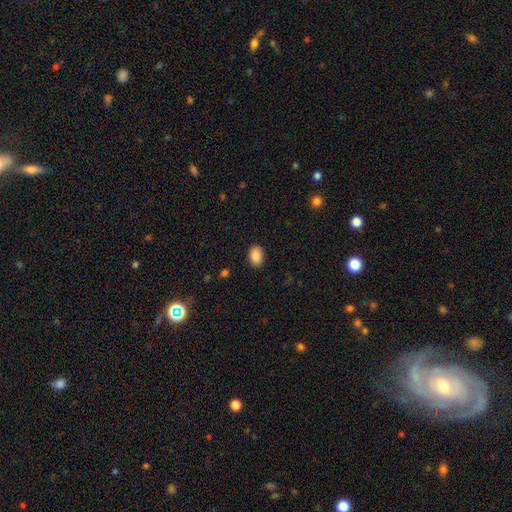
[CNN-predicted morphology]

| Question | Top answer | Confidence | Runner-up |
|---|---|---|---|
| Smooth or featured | smooth | 89% | star or artifact (8%) |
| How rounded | in between | 79% | round (20%) |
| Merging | none | 89% | minor disturbance (8%) |